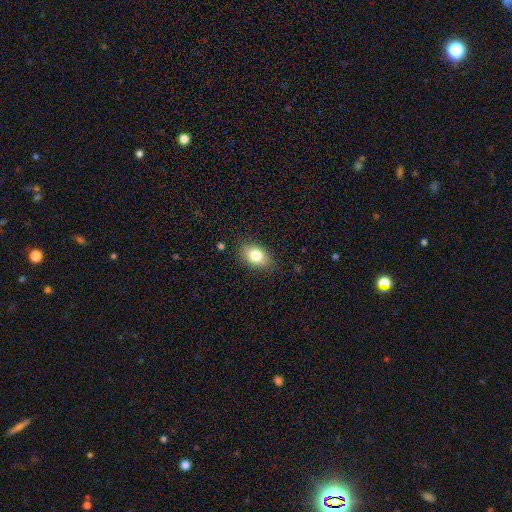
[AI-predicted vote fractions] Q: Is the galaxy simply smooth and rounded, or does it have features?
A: smooth — 80%.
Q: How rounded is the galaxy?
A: in between — 82%.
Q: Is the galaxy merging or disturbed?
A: none — 84%.